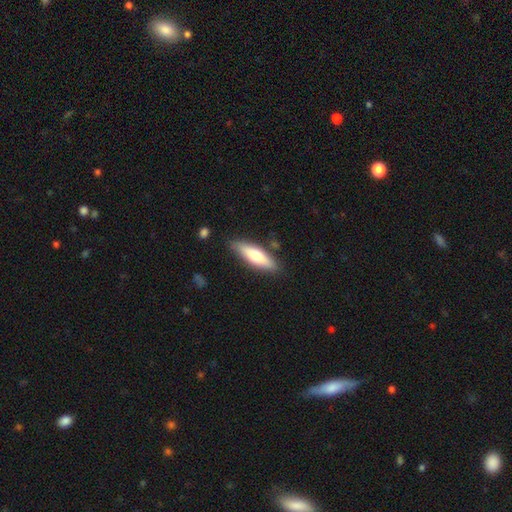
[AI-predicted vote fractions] smooth 62%, featured or disk 32%, star or artifact 5%. Down the decision tree: how rounded — cigar-shaped (59%); merging — none (84%).